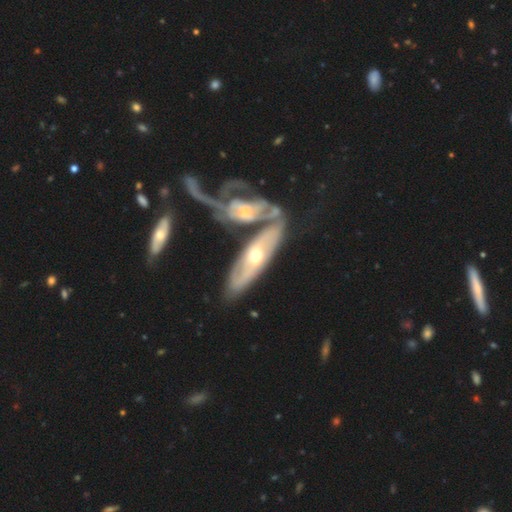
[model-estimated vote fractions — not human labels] Smooth or featured: featured or disk — 72% (smooth — 23%)
Edge-on disk: no — 75% (yes — 25%)
Bar: no — 66% (weak — 23%)
Spiral arms: yes — 68% (no — 32%)
Bulge size: moderate — 61% (small — 34%)
Merging: none — 44% (merger — 37%)